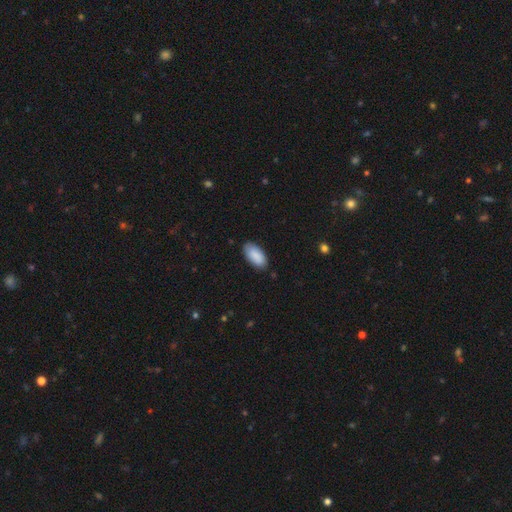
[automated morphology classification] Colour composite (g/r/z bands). It shows a smooth galaxy with no disk features (89%) that is in between round and cigar-shaped (94%). Merging: none (85%).